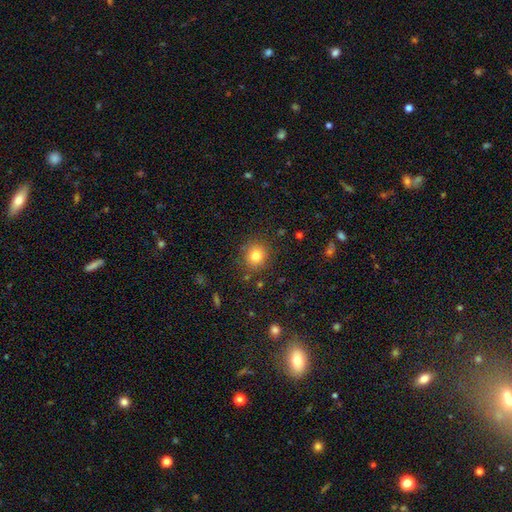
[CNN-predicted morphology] The model was most divided on "how rounded": round: 82%, in between: 17%, cigar-shaped: 1%. More confident: merging — none (85%); smooth or featured — smooth (81%).